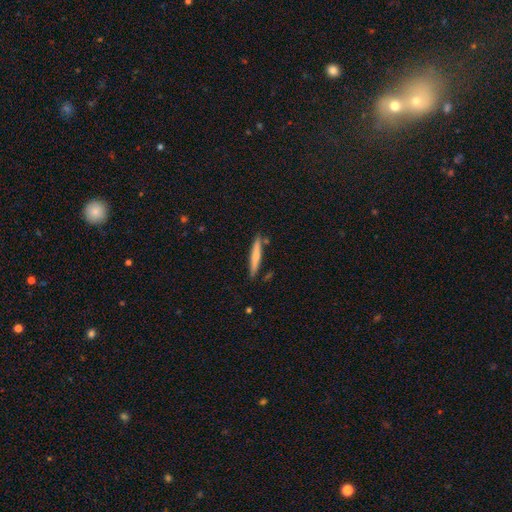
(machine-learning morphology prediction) A smooth galaxy with no disk features (65%) that is cigar-shaped (94%). Merging: none (84%).